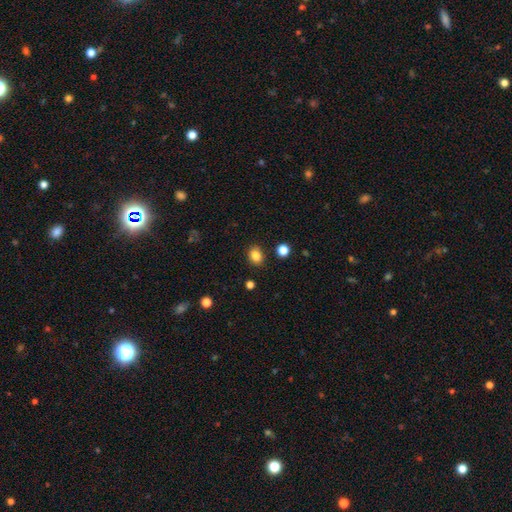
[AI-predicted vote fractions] Q: Smooth or featured?
A: smooth (83%); runner-up: star or artifact (11%)
Q: How rounded?
A: round (52%); runner-up: in between (47%)
Q: Merging?
A: none (87%); runner-up: minor disturbance (8%)